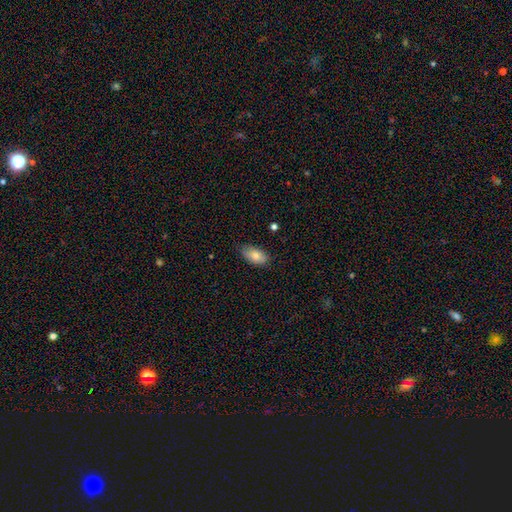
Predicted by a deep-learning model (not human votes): Smooth or featured? Predicted: smooth (p=0.79). How rounded? Predicted: in between (p=0.93). Merging? Predicted: none (p=0.78).